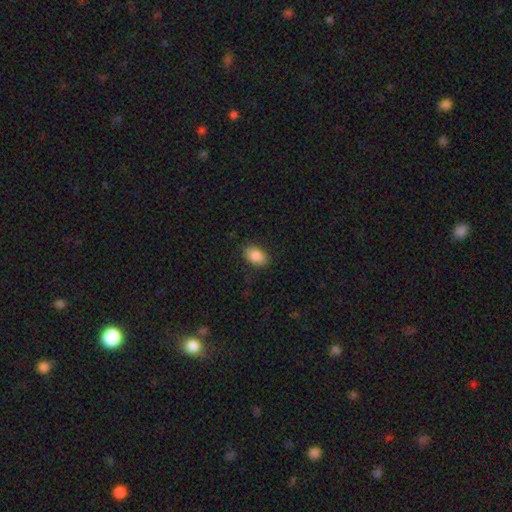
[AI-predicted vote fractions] Q: Smooth or featured?
A: smooth (85%); runner-up: star or artifact (8%)
Q: How rounded?
A: in between (87%); runner-up: round (12%)
Q: Merging?
A: none (85%); runner-up: minor disturbance (11%)